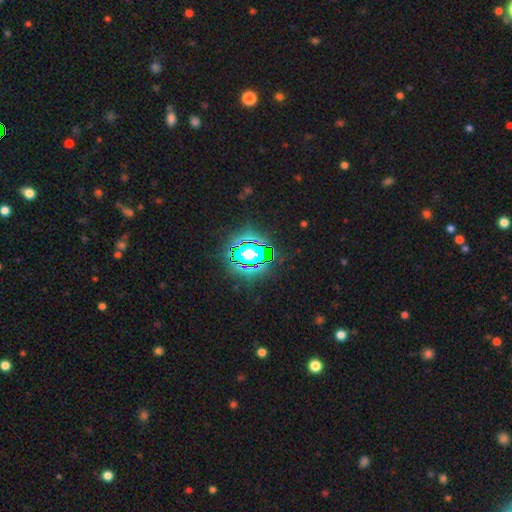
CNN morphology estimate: Smooth or featured?
  - star or artifact: 80% *
  - smooth: 12%
  - featured or disk: 8%